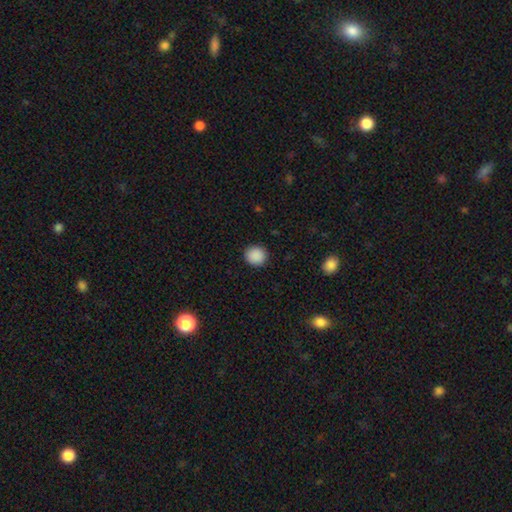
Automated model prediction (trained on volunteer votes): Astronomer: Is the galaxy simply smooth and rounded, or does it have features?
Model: smooth — 89%.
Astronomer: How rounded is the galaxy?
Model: round — 91%.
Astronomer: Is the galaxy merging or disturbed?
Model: none — 92%.